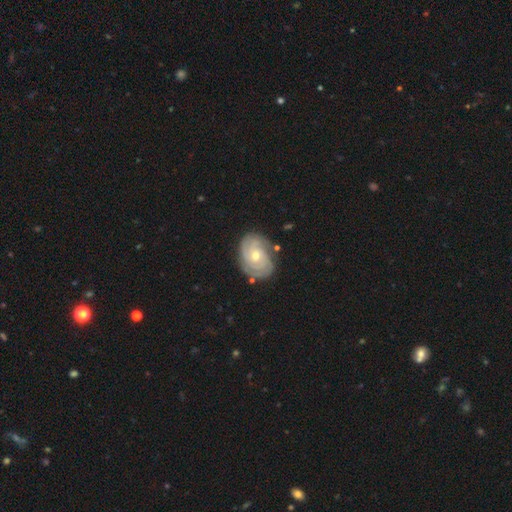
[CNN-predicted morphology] A featured or disk galaxy (82%) with no bar (75%), 2 (29%) tight (76%) spiral arms (95%) and a moderate central bulge (50%). Merging: none (79%).